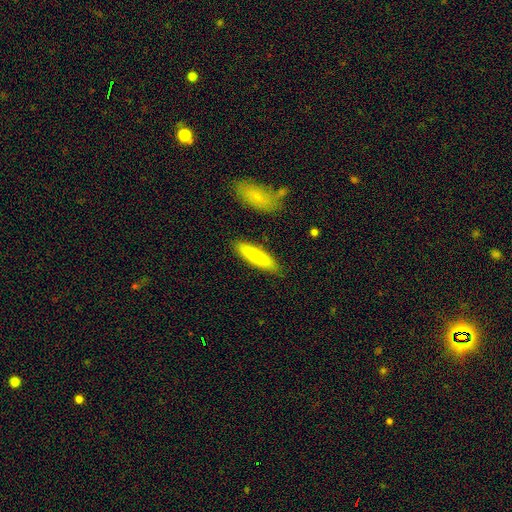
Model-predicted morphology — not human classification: The model was most divided on "how rounded": cigar-shaped: 70%, in between: 28%, round: 2%. More confident: merging — none (85%); smooth or featured — smooth (77%).